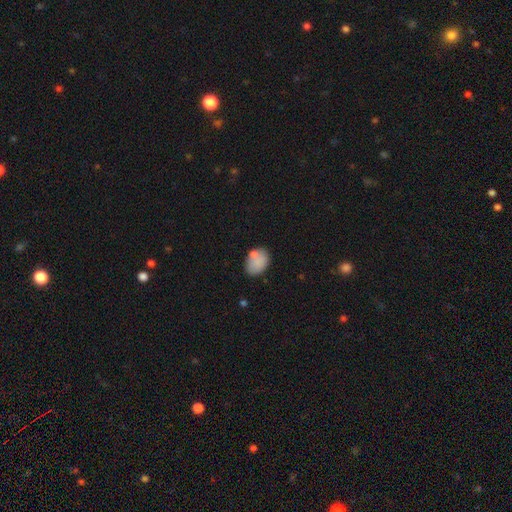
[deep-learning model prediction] smooth_or_featured: smooth (p=0.79) [alt: star or artifact p=0.11]
how_rounded: in between (p=0.73) [alt: round p=0.26]
merging: none (p=0.66) [alt: minor disturbance p=0.19]